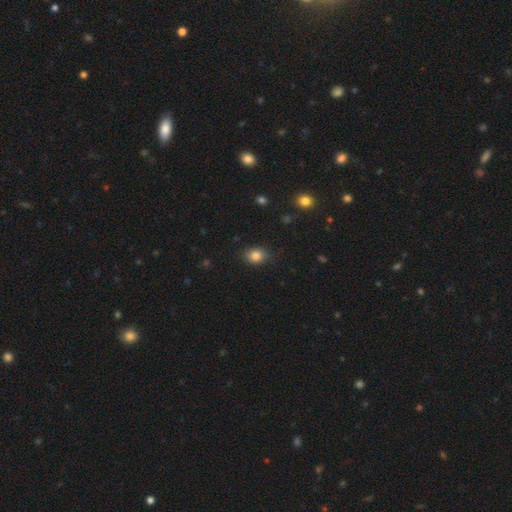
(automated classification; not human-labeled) This appears to be a smooth galaxy with no disk features (83%) that is in between round and cigar-shaped (55%). Merging: none (82%).